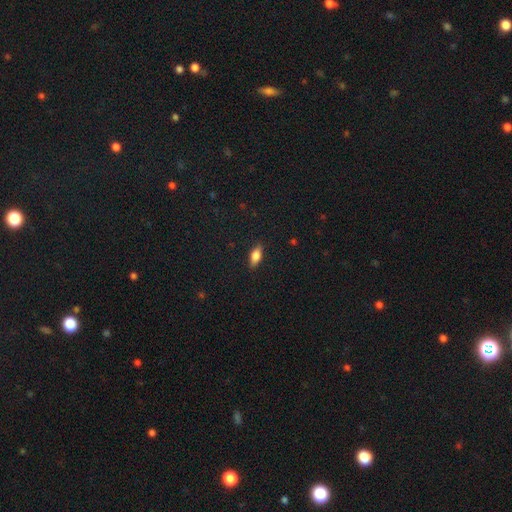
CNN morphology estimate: A smooth galaxy with no disk features (71%) that is in between round and cigar-shaped (80%).

Vote fractions:
- Smooth or featured? smooth: 71% / featured or disk: 21% / star or artifact: 8%
- How rounded? in between: 80% / cigar-shaped: 16% / round: 4%
- Merging? none: 87% / minor disturbance: 10% / major disturbance: 2% / merger: 1%